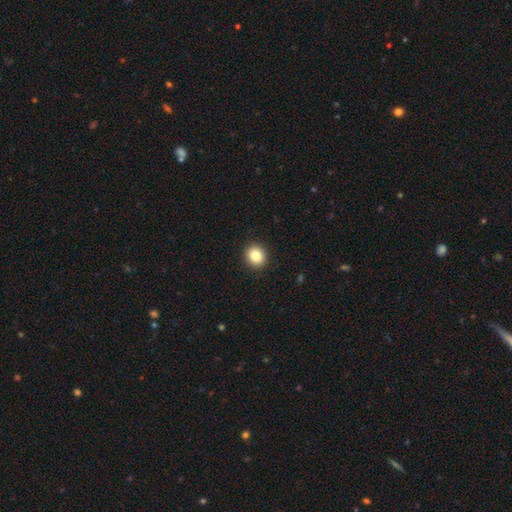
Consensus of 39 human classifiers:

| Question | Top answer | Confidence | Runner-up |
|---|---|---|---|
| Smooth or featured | smooth | 87% | star or artifact (10%) |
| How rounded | round | 76% | in between (21%) |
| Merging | none | 94% | major disturbance (6%) |